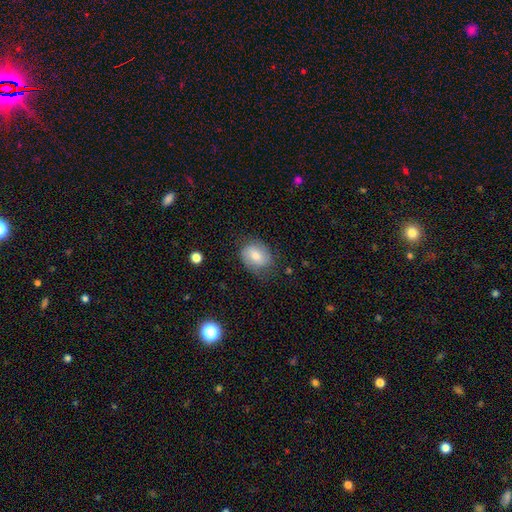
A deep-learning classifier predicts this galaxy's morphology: Smooth or featured? Predicted: smooth (p=0.64). How rounded? Predicted: in between (p=0.58). Merging? Predicted: none (p=0.66).